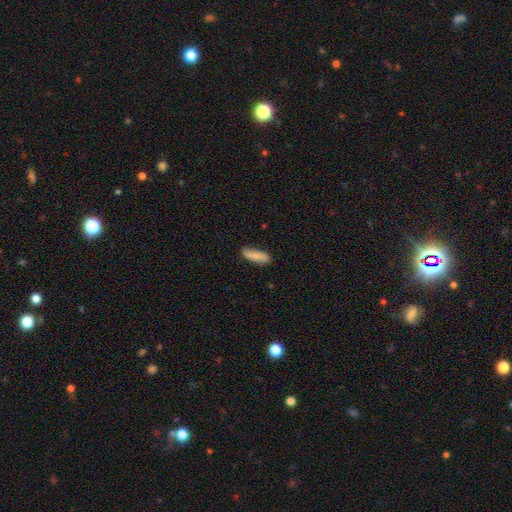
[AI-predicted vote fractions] Overall: smooth (80%). How rounded: cigar-shaped (50%; in between 48%). Merging: none (80%).